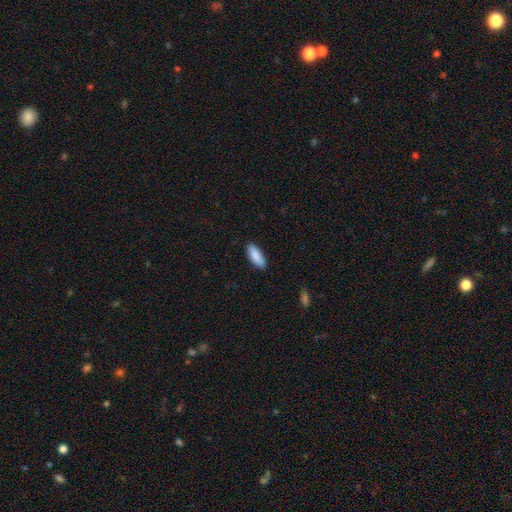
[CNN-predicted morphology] The model was most divided on "how rounded": in between: 71%, cigar-shaped: 27%, round: 2%. More confident: smooth or featured — smooth (89%); merging — none (88%).